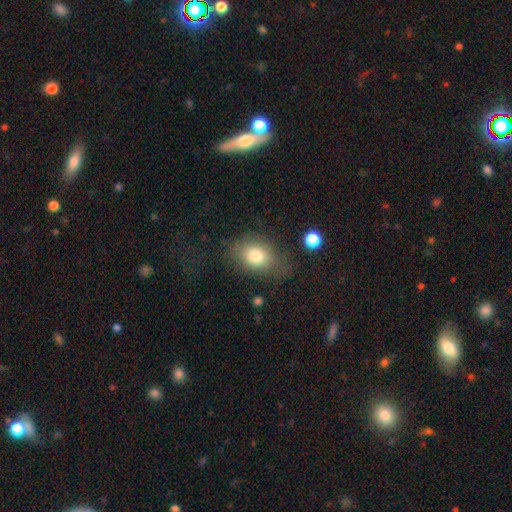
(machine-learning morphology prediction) smooth_or_featured: smooth (p=0.78) [alt: featured or disk p=0.12]
how_rounded: in between (p=0.63) [alt: round p=0.36]
merging: none (p=0.58) [alt: minor disturbance p=0.25]